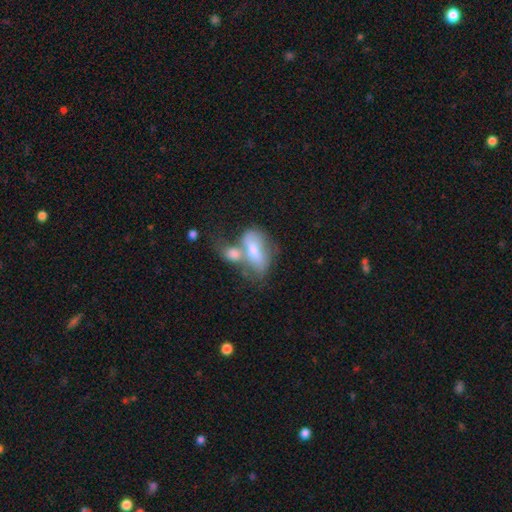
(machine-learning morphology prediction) Smooth or featured? Predicted: featured or disk (p=0.50). Merging? Predicted: merger (p=0.54).